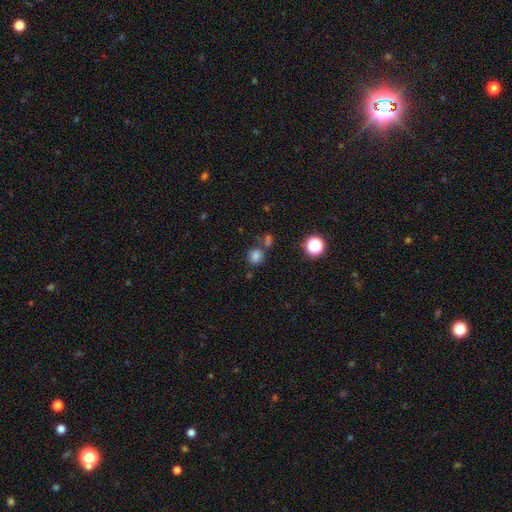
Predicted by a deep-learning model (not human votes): Smooth or featured?
  - smooth: 79% *
  - star or artifact: 15%
  - featured or disk: 6%
How rounded?
  - round: 84% *
  - in between: 15%
  - cigar-shaped: 1%
Merging?
  - none: 68% *
  - merger: 16%
  - minor disturbance: 11%
  - major disturbance: 4%